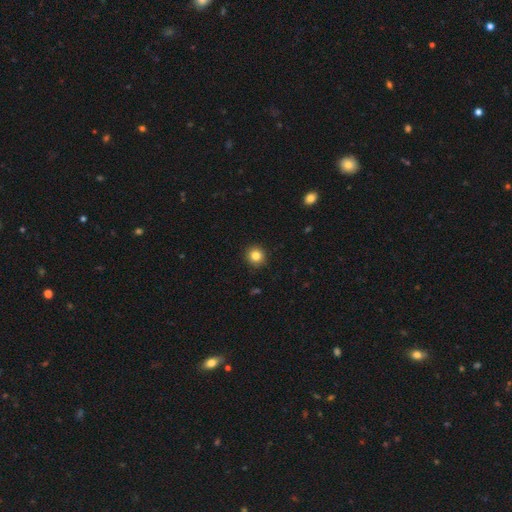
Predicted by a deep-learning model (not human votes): Q: Smooth or featured?
A: smooth (84%); runner-up: star or artifact (11%)
Q: How rounded?
A: round (93%); runner-up: in between (6%)
Q: Merging?
A: none (92%); runner-up: minor disturbance (5%)